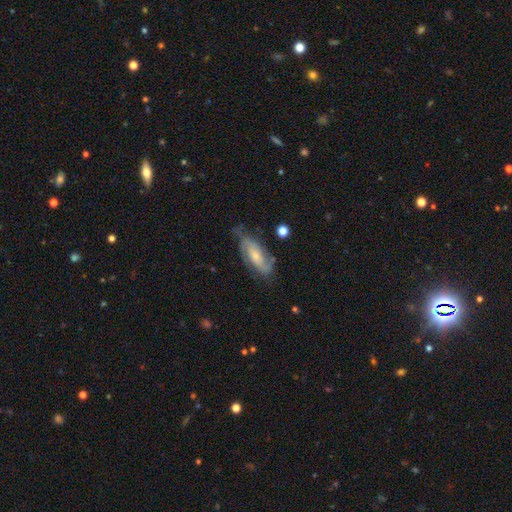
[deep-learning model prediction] Smooth or featured: featured or disk — 70% (smooth — 24%)
Edge-on disk: no — 89% (yes — 11%)
Bar: no — 55% (weak — 34%)
Spiral arms: yes — 90% (no — 10%)
Spiral winding: medium — 44% (tight — 35%)
Spiral arm count: 2 — 74% (can't tell — 16%)
Bulge size: small — 52% (moderate — 37%)
Merging: none — 64% (minor disturbance — 24%)